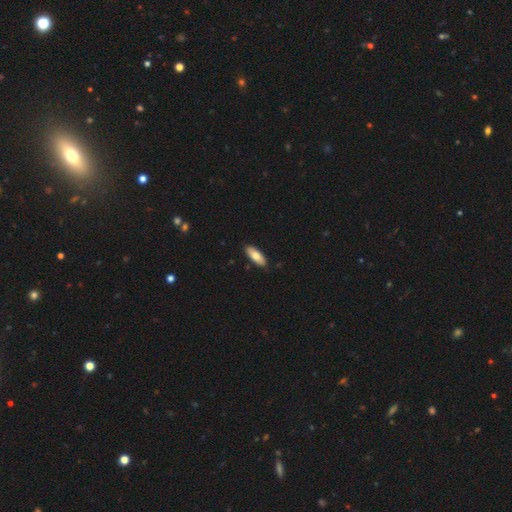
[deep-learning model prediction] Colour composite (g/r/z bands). It shows a smooth galaxy with no disk features (75%) that is in between round and cigar-shaped (75%). Merging: none (88%).